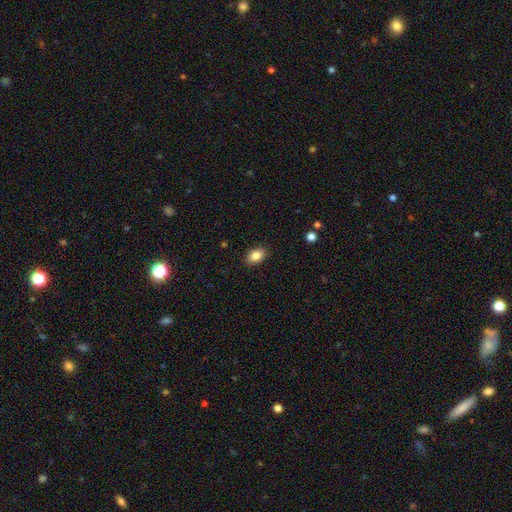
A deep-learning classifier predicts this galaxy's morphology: smooth-or-featured: smooth: 85% | star or artifact: 8% | featured or disk: 7%
  how-rounded: in between: 86% | round: 13% | cigar-shaped: 2%
  merging: none: 88% | minor disturbance: 9% | major disturbance: 2% | merger: 1%